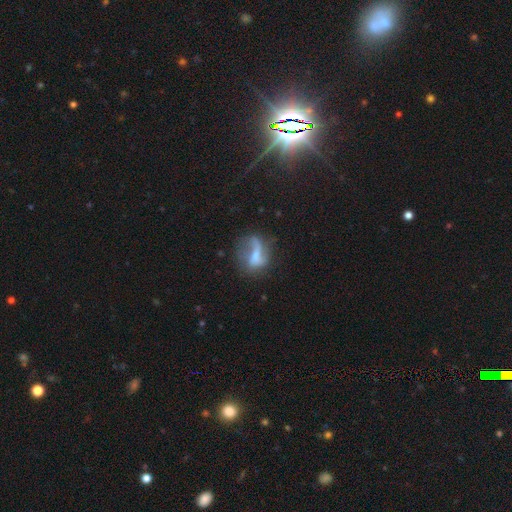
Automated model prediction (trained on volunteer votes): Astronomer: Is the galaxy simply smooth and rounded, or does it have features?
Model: featured or disk — 52% (runner-up: smooth, 38%).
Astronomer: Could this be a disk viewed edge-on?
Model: no — 96%.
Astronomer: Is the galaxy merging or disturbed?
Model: major disturbance — 36%, tied with none at 36%.